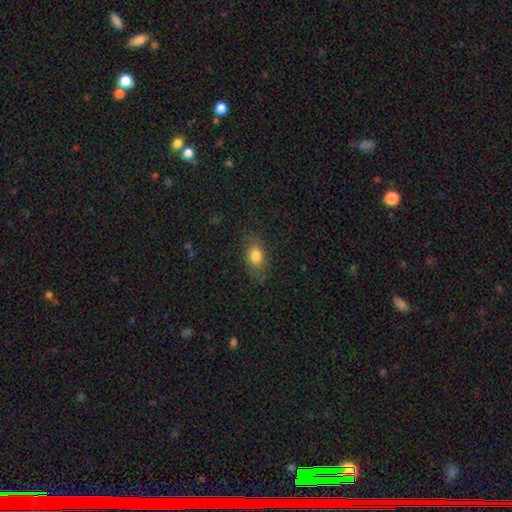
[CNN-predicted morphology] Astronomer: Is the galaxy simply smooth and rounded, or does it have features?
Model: smooth — 77%.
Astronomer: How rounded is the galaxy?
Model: in between — 81%.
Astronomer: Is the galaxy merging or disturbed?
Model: none — 76%.